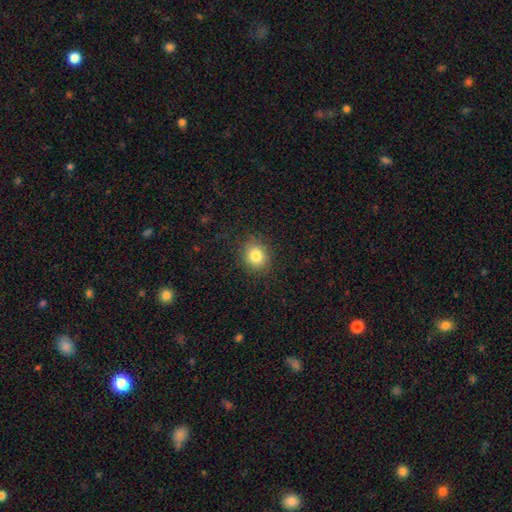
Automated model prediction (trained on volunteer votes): Morphology: type=smooth (82%); roundness=round (73%); merging=none (85%).